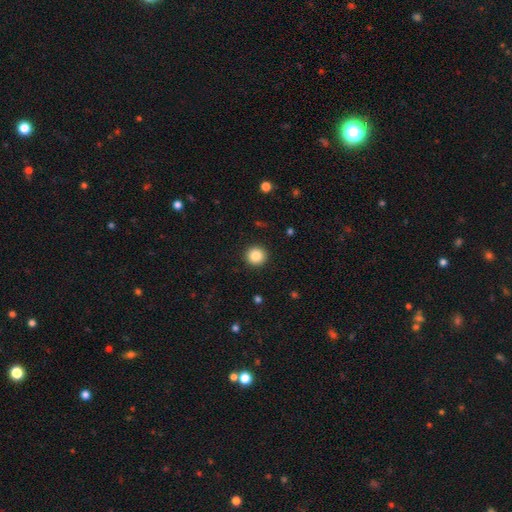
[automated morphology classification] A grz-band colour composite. It shows a smooth galaxy with no disk features (85%) that is round (94%). Merging: none (92%).